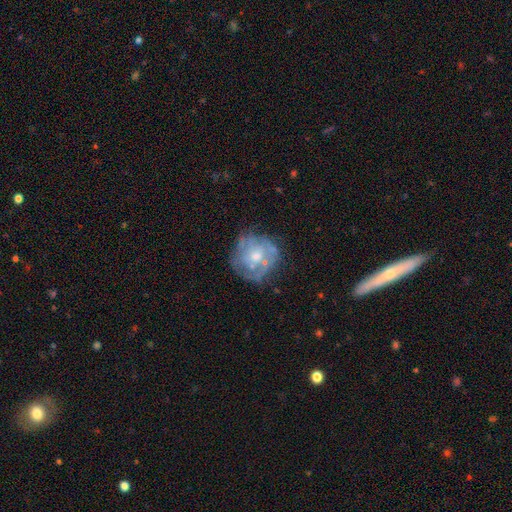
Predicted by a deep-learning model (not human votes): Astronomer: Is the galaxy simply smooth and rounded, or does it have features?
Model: featured or disk — 63%.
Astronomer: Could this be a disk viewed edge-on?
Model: no — 97%.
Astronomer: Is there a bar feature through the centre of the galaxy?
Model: no — 81%.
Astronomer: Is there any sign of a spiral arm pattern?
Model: no — 51% (runner-up: yes, 49%).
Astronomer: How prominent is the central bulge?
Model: moderate — 55% (runner-up: small, 34%).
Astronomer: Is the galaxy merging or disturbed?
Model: none — 65%.